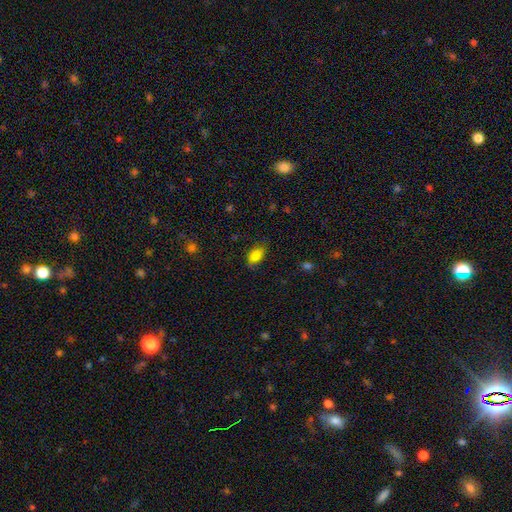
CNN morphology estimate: Smooth or featured? smooth (85%)
How rounded? in between (90%)
Merging? none (71%)